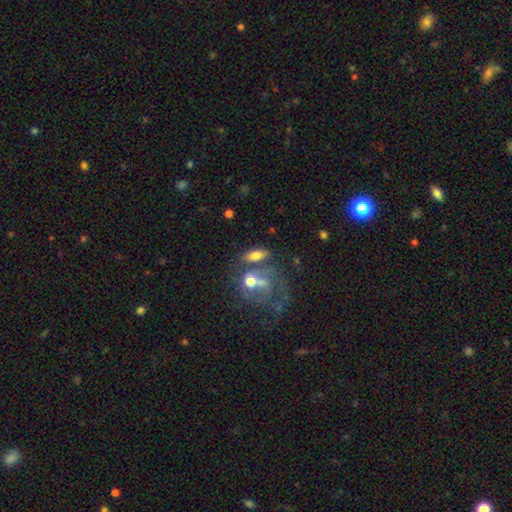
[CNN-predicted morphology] Smooth or featured?
  - smooth: 65% *
  - featured or disk: 25%
  - star or artifact: 10%
How rounded?
  - in between: 72% *
  - cigar-shaped: 17%
  - round: 11%
Merging?
  - none: 48% *
  - merger: 30%
  - minor disturbance: 13%
  - major disturbance: 8%